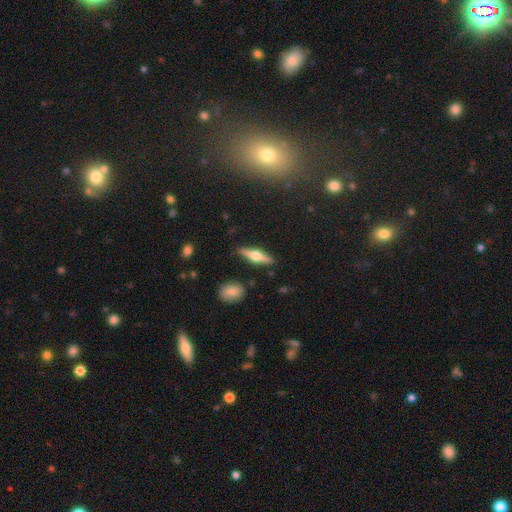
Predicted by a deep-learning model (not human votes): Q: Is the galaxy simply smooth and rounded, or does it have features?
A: featured or disk — 63%.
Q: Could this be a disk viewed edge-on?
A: yes — 96%.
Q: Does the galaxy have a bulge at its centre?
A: rounded — 94%.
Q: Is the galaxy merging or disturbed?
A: none — 88%.